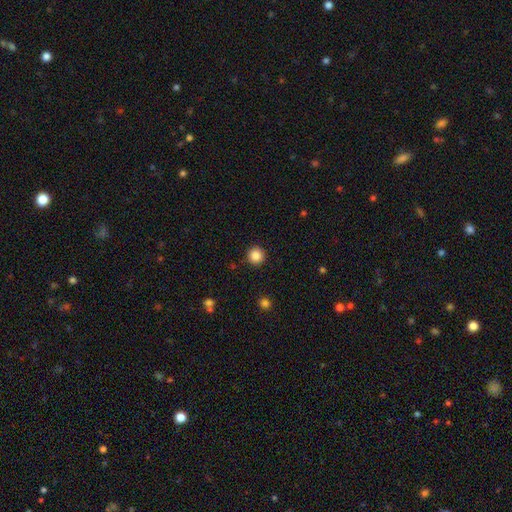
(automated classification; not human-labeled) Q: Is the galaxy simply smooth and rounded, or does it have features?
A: smooth — 86%.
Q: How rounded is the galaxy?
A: round — 95%.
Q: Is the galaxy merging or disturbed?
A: none — 92%.